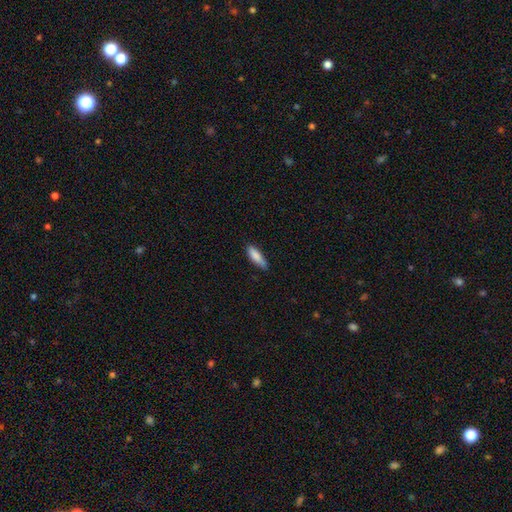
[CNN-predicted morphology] smooth_or_featured: smooth (p=0.85) [alt: featured or disk p=0.09]
how_rounded: cigar-shaped (p=0.54) [alt: in between p=0.45]
merging: none (p=0.75) [alt: minor disturbance p=0.21]